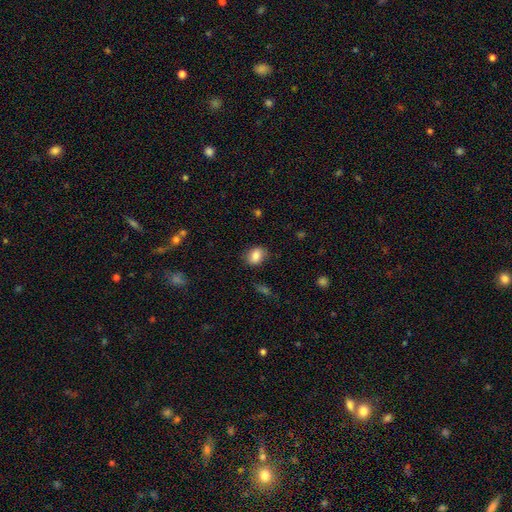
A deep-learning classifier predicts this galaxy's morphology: smooth_or_featured: smooth (p=0.84) [alt: star or artifact p=0.08]
how_rounded: in between (p=0.60) [alt: round p=0.39]
merging: none (p=0.78) [alt: minor disturbance p=0.16]